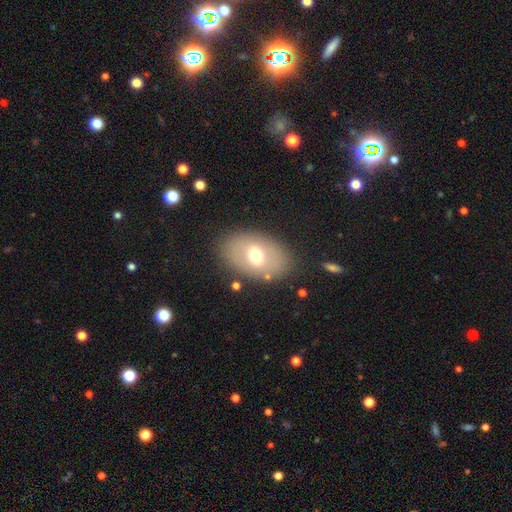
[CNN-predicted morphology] This is likely a smooth galaxy (62%). How rounded: clearly in between (84%). Merging: clearly none (82%).